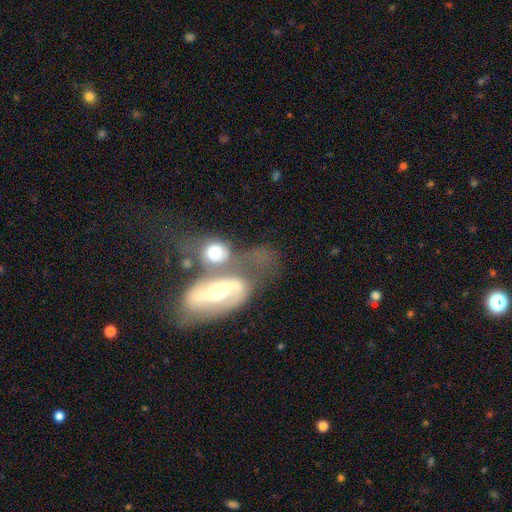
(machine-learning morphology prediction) smooth_or_featured: featured or disk (p=0.70) [alt: smooth p=0.22]
disk_edge_on: no (p=0.89) [alt: yes p=0.11]
bar: no (p=0.42) [alt: weak p=0.32]
has_spiral_arms: yes (p=0.66) [alt: no p=0.34]
bulge_size: moderate (p=0.62) [alt: small p=0.28]
merging: merger (p=0.53) [alt: none p=0.23]